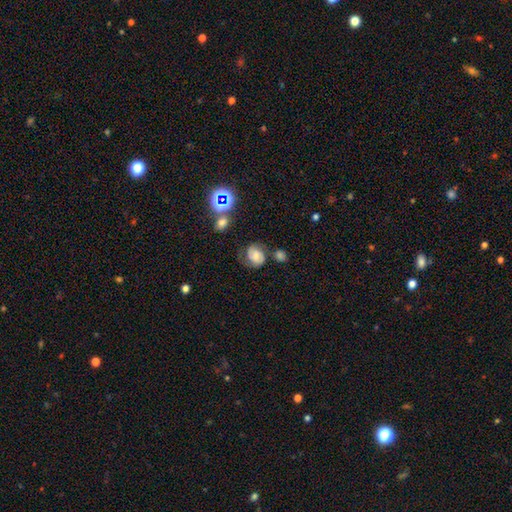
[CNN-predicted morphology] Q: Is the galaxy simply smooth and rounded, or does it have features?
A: featured or disk — 46%.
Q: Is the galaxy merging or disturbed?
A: none — 54%.